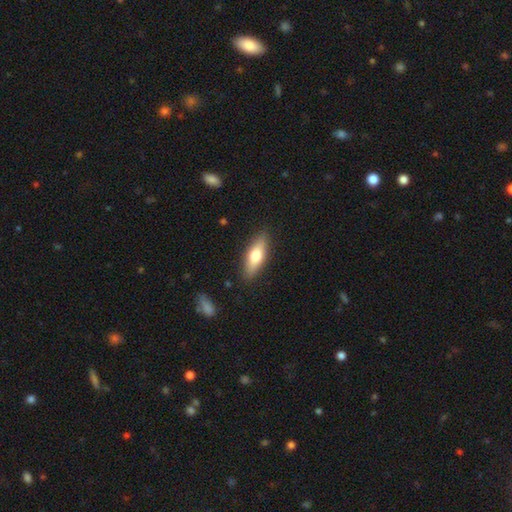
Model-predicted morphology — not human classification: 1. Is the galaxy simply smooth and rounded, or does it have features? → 67% smooth, 27% featured or disk, 6% star or artifact.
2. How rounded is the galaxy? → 58% in between, 39% cigar-shaped, 3% round.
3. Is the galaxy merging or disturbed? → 86% none, 10% minor disturbance, 2% major disturbance, 1% merger.